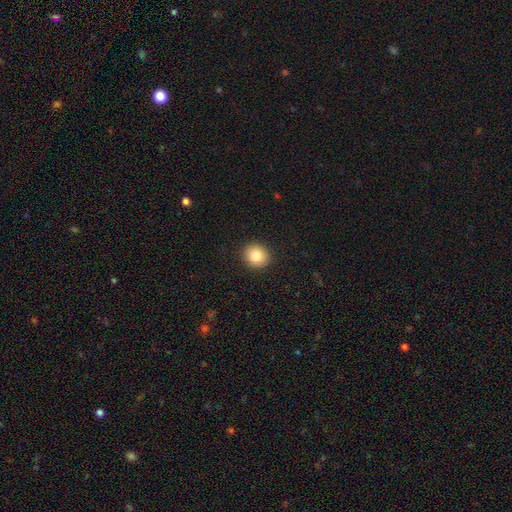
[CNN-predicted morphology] Smooth or featured: smooth — 83% (star or artifact — 9%)
How rounded: round — 81% (in between — 18%)
Merging: none — 92% (minor disturbance — 6%)